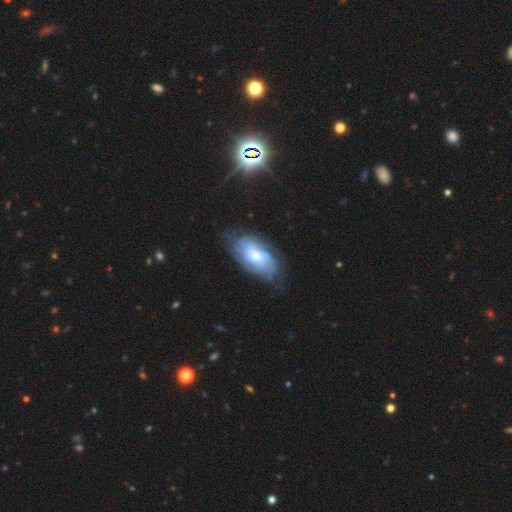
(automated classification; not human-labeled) Smooth or featured? featured or disk (68%)
Edge-on disk? no (94%)
Bar? no (70%)
Spiral arms? yes (86%)
Spiral winding? tight (52%)
Spiral arm count? can't tell (55%)
Bulge size? moderate (48%)
Merging? none (63%)